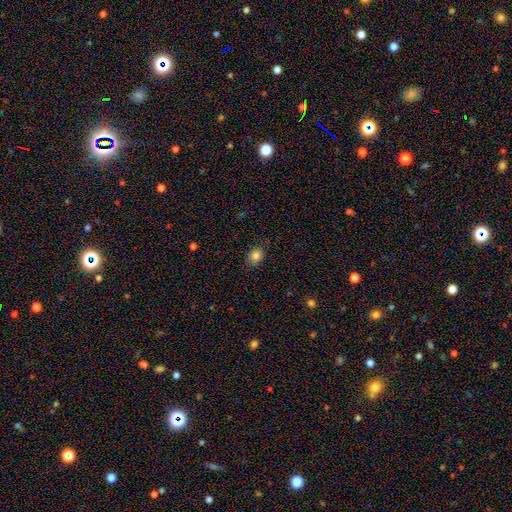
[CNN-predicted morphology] smooth_or_featured: smooth (p=0.82) [alt: star or artifact p=0.11]
how_rounded: round (p=0.56) [alt: in between p=0.43]
merging: none (p=0.83) [alt: minor disturbance p=0.13]